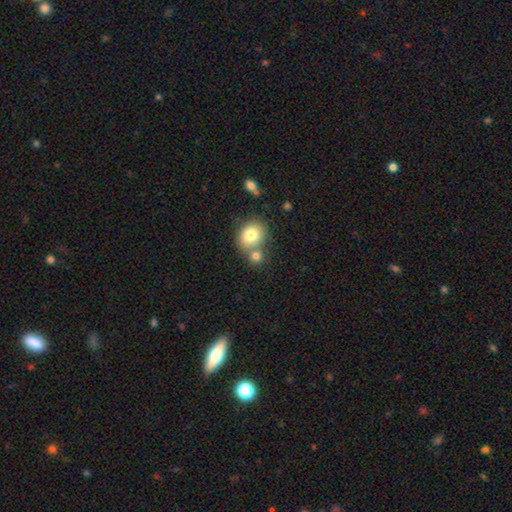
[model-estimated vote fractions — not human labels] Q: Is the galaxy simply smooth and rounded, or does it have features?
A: smooth — 80%.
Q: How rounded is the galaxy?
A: round — 74%.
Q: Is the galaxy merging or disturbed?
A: none — 50%.